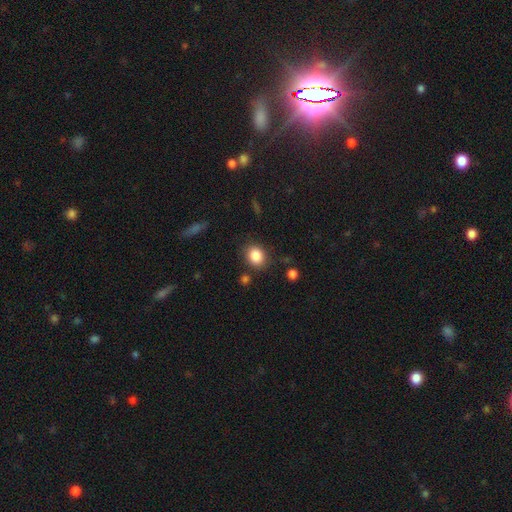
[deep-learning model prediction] Morphology: type=smooth (85%); roundness=round (56%); merging=none (82%).